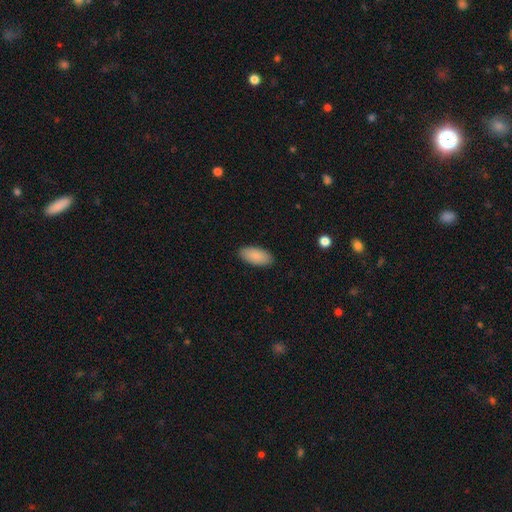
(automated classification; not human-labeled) A smooth galaxy with no disk features (89%) that is in between round and cigar-shaped (93%).

Vote fractions:
- Smooth or featured? smooth: 89% / star or artifact: 6% / featured or disk: 5%
- How rounded? in between: 93% / cigar-shaped: 6% / round: 2%
- Merging? none: 89% / minor disturbance: 9% / major disturbance: 2% / merger: 1%